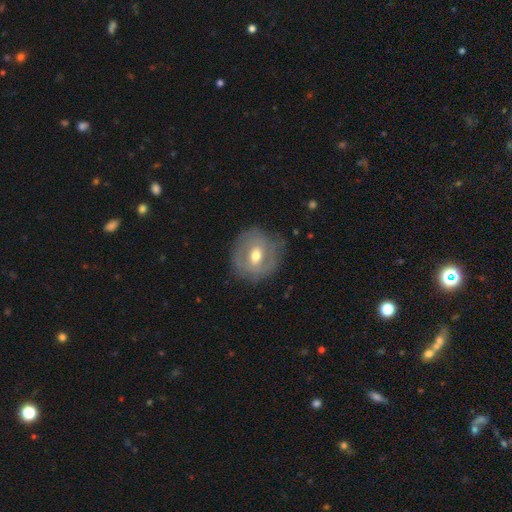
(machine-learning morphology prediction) smooth_or_featured: featured or disk (p=0.61) [alt: smooth p=0.32]
disk_edge_on: no (p=0.95) [alt: yes p=0.05]
bar: weak (p=0.49) [alt: no p=0.34]
has_spiral_arms: yes (p=0.52) [alt: no p=0.48]
bulge_size: moderate (p=0.76) [alt: small p=0.15]
merging: none (p=0.72) [alt: minor disturbance p=0.19]